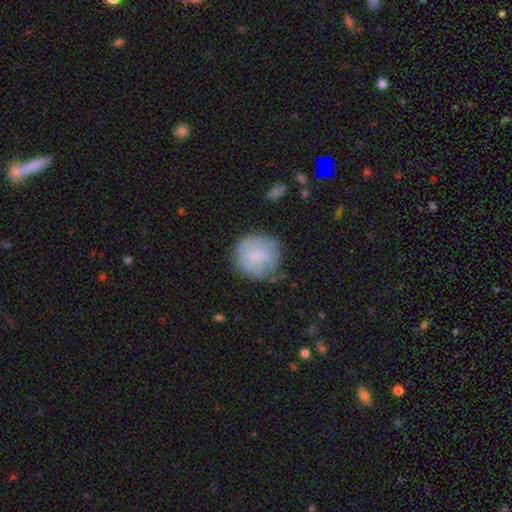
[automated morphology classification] The model was most divided on "smooth or featured": smooth: 47%, featured or disk: 44%, star or artifact: 9%. More confident: merging — none (74%).